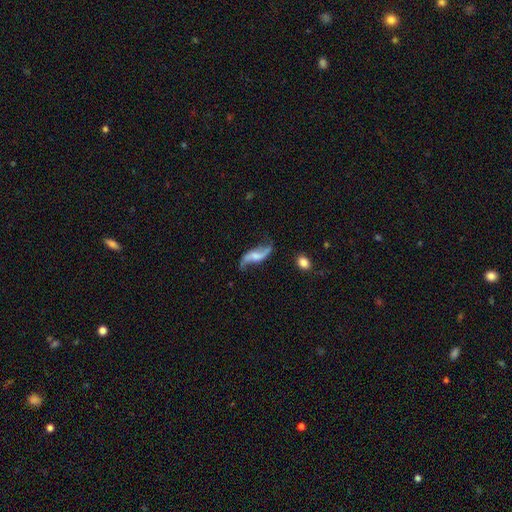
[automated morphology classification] type=featured or disk (82%); edge-on=no (92%); bar=no (45%); spiral arms=yes (94%); winding=loose (91%); arm count=2 (93%); bulge=small (32%, tied with none); merging=none (67%).